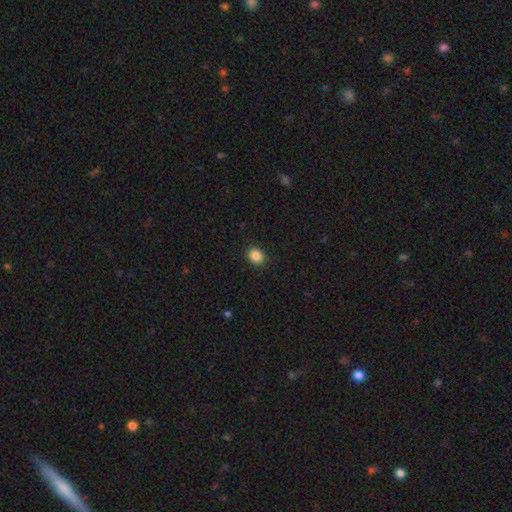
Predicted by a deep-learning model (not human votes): smooth 86%, star or artifact 10%, featured or disk 4%. Down the decision tree: how rounded — round (65%); merging — none (90%).